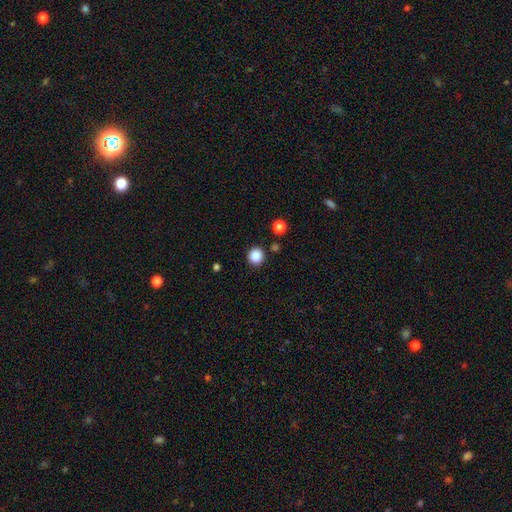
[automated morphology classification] type=smooth (87%); roundness=round (92%); merging=none (89%).